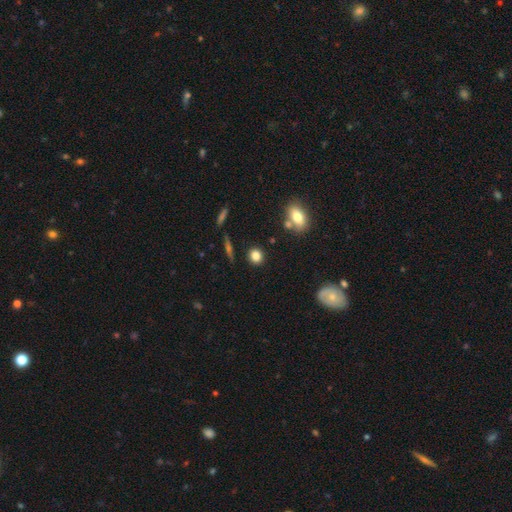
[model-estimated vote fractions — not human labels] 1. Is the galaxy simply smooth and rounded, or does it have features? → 82% smooth, 11% star or artifact, 7% featured or disk.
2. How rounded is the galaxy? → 81% round, 17% in between, 2% cigar-shaped.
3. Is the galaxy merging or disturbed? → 85% none, 9% minor disturbance, 4% merger, 3% major disturbance.